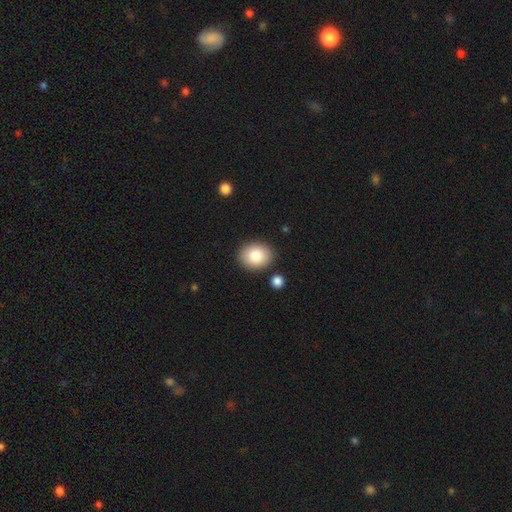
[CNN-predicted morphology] Smooth or featured?
  - smooth: 84% *
  - featured or disk: 8%
  - star or artifact: 8%
How rounded?
  - round: 52% *
  - in between: 47%
  - cigar-shaped: 1%
Merging?
  - none: 86% *
  - minor disturbance: 8%
  - merger: 3%
  - major disturbance: 2%